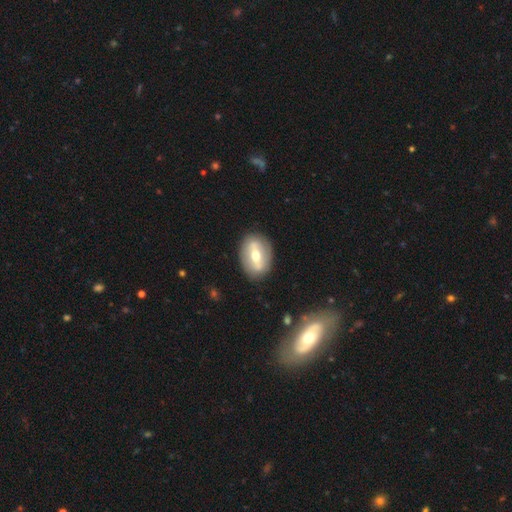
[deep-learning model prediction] Overall: featured or disk (55%; smooth 39%). Edge-on disk: no (83%). Merging: none (85%).